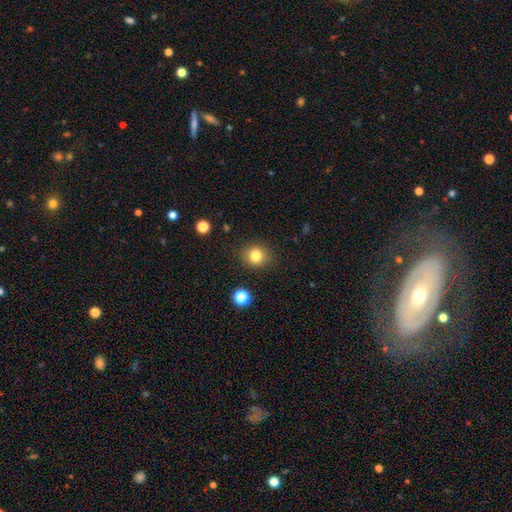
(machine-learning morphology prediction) Q: Smooth or featured?
A: smooth (81%); runner-up: star or artifact (12%)
Q: How rounded?
A: round (80%); runner-up: in between (19%)
Q: Merging?
A: none (87%); runner-up: minor disturbance (9%)